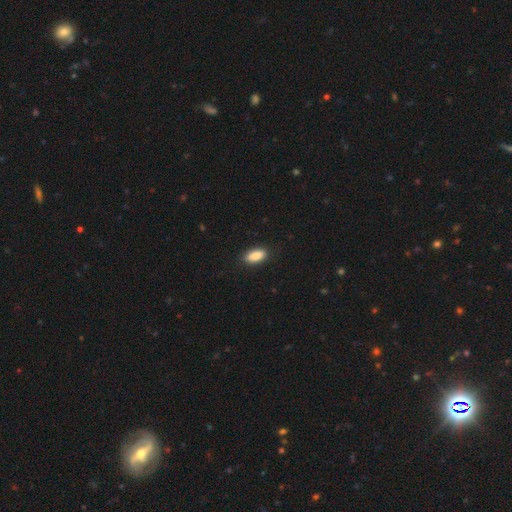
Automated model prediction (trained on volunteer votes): Smooth or featured: smooth — 89% (star or artifact — 7%)
How rounded: in between — 87% (cigar-shaped — 11%)
Merging: none — 88% (minor disturbance — 9%)